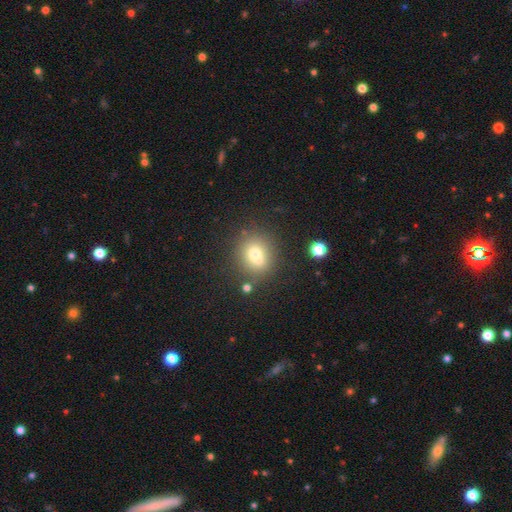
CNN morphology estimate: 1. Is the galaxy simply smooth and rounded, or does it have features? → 70% smooth, 16% featured or disk, 14% star or artifact.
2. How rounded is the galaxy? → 81% round, 18% in between, 1% cigar-shaped.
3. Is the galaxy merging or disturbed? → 66% none, 16% merger, 13% minor disturbance, 5% major disturbance.